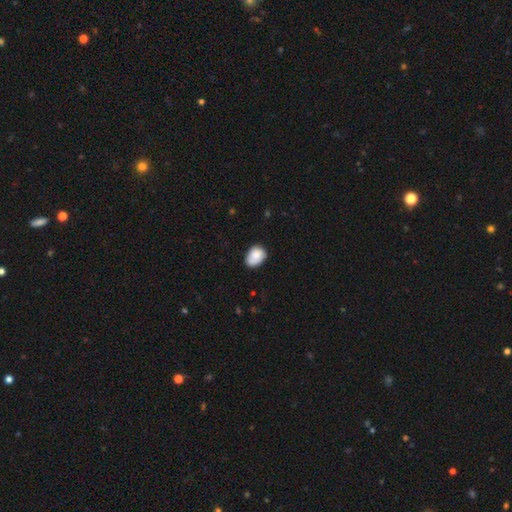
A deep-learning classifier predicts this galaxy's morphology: The model was most divided on "merging": none: 62%, minor disturbance: 30%, major disturbance: 5%, merger: 2%. More confident: smooth or featured — smooth (80%); how rounded — in between (74%).